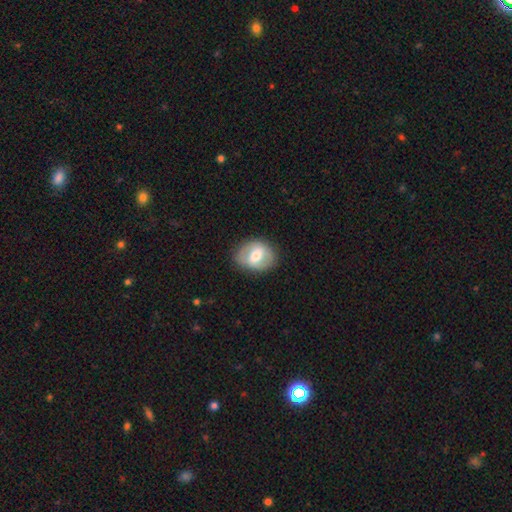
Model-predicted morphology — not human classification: Smooth or featured? smooth (48%)
Merging? none (83%)